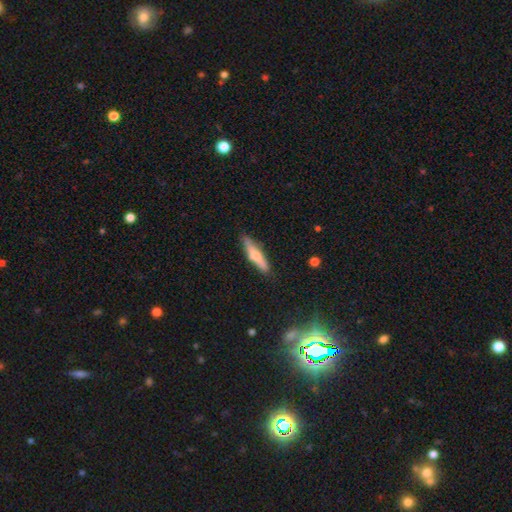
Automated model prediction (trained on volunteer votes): Smooth or featured? Predicted: smooth (p=0.53). How rounded? Predicted: cigar-shaped (p=0.83). Merging? Predicted: none (p=0.83).